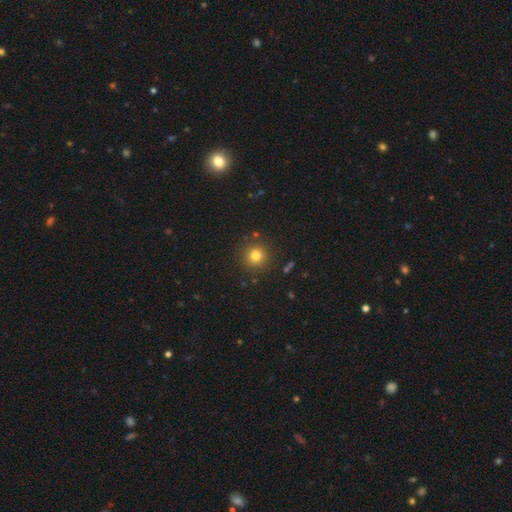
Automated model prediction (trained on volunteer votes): A smooth galaxy with no disk features (79%) that is round (93%).

Vote fractions:
- Smooth or featured? smooth: 79% / star or artifact: 14% / featured or disk: 7%
- How rounded? round: 93% / in between: 6% / cigar-shaped: 1%
- Merging? none: 88% / minor disturbance: 7% / merger: 3% / major disturbance: 3%